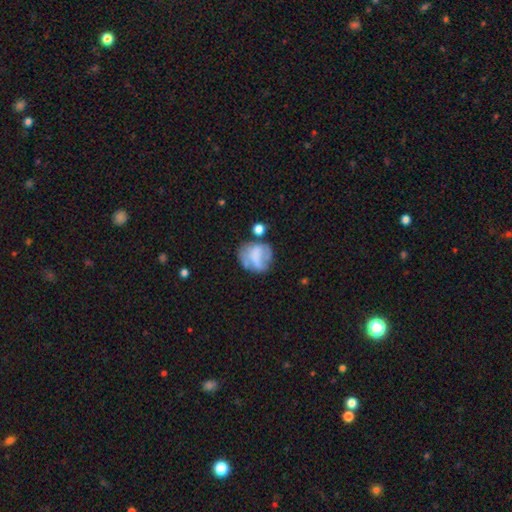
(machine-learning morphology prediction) Smooth or featured? smooth (51%)
How rounded? round (67%)
Merging? none (42%)